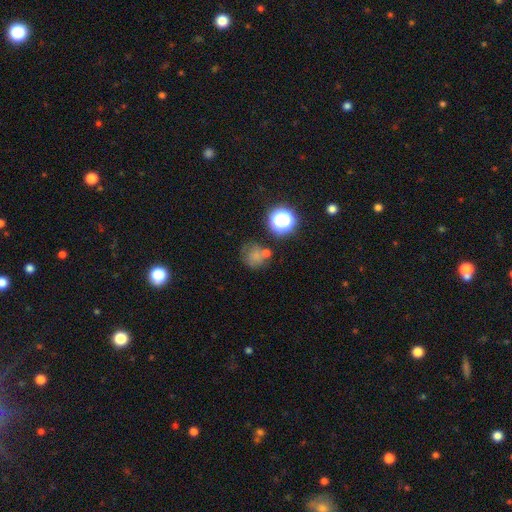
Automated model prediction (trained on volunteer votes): Smooth or featured?
  - smooth: 67% *
  - star or artifact: 19%
  - featured or disk: 13%
How rounded?
  - round: 85% *
  - in between: 14%
  - cigar-shaped: 1%
Merging?
  - none: 58% *
  - minor disturbance: 17%
  - merger: 15%
  - major disturbance: 10%